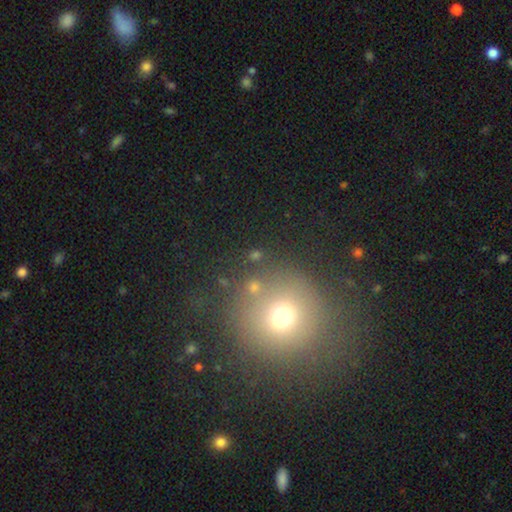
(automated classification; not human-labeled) smooth 58%, star or artifact 31%, featured or disk 12%. Down the decision tree: how rounded — round (83%); merging — none (75%).